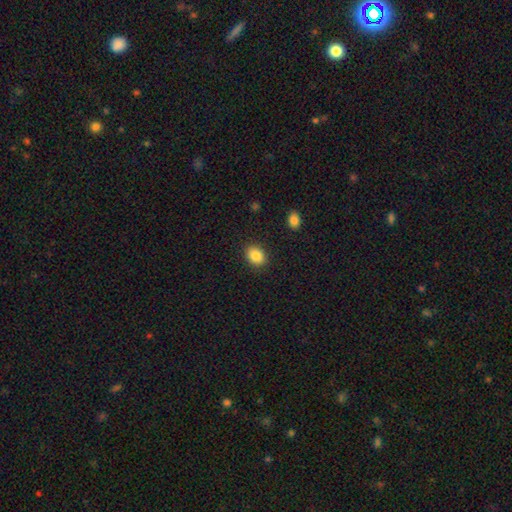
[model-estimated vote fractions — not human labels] Smooth or featured: smooth — 86% (star or artifact — 9%)
How rounded: in between — 59% (round — 40%)
Merging: none — 89% (minor disturbance — 8%)